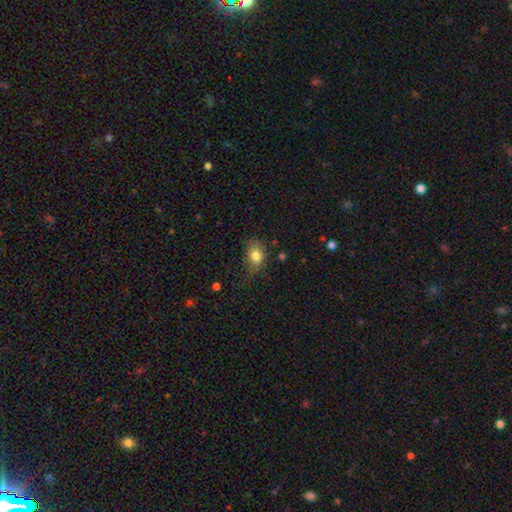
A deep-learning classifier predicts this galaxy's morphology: This is clearly a smooth galaxy (81%). How rounded: likely in between (66%). Merging: possibly none (58%).